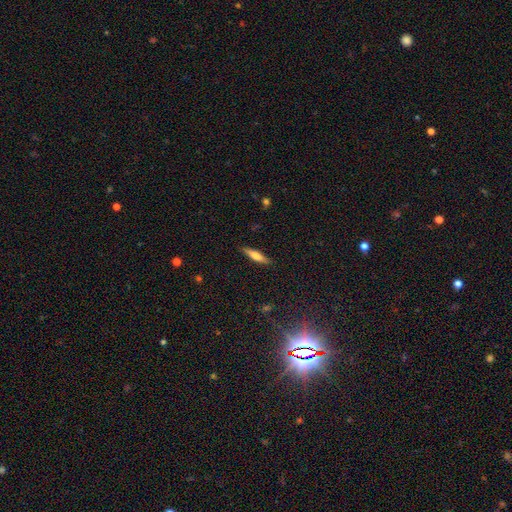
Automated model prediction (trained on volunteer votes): smooth 58%, featured or disk 36%, star or artifact 7%. Down the decision tree: how rounded — cigar-shaped (79%); merging — none (89%).